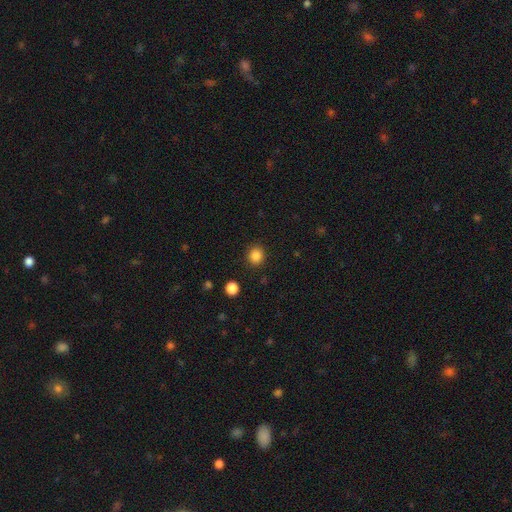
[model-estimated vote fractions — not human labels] This appears to be a smooth galaxy with no disk features (85%) that is round (84%). Merging: none (89%).